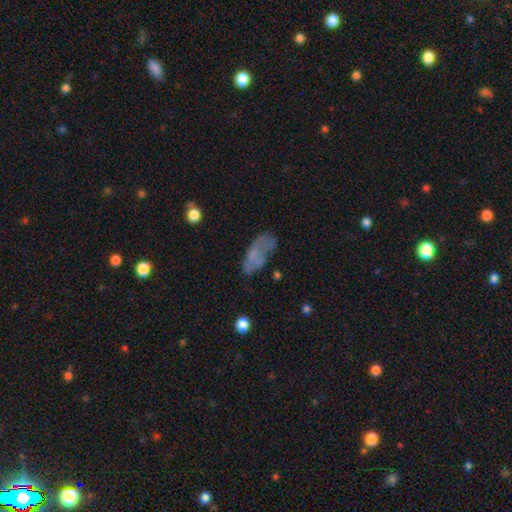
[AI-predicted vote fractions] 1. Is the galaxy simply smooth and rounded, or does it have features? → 50% smooth, 37% featured or disk, 13% star or artifact.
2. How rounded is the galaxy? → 83% in between, 13% cigar-shaped, 4% round.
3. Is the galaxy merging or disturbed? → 47% none, 26% minor disturbance, 22% major disturbance, 5% merger.